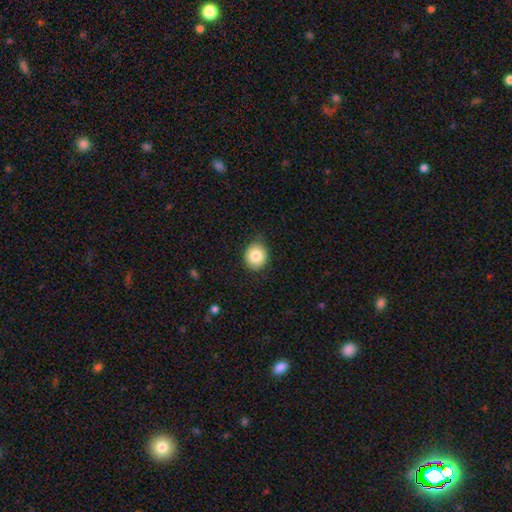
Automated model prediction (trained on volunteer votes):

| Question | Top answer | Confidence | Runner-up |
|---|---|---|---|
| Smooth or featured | smooth | 83% | star or artifact (9%) |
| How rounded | round | 74% | in between (25%) |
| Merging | none | 79% | minor disturbance (17%) |